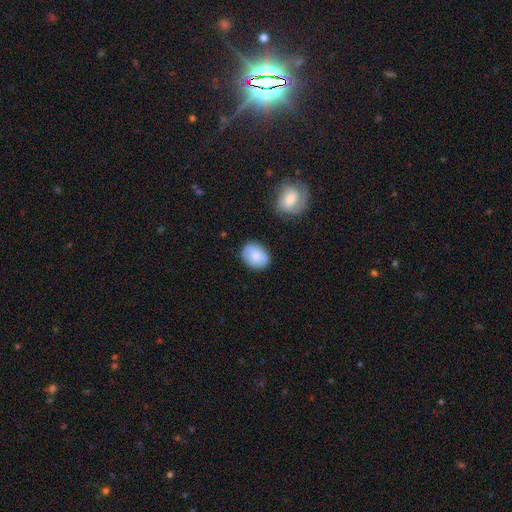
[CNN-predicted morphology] Q: Smooth or featured?
A: smooth (83%); runner-up: featured or disk (11%)
Q: How rounded?
A: in between (70%); runner-up: round (29%)
Q: Merging?
A: none (78%); runner-up: minor disturbance (16%)